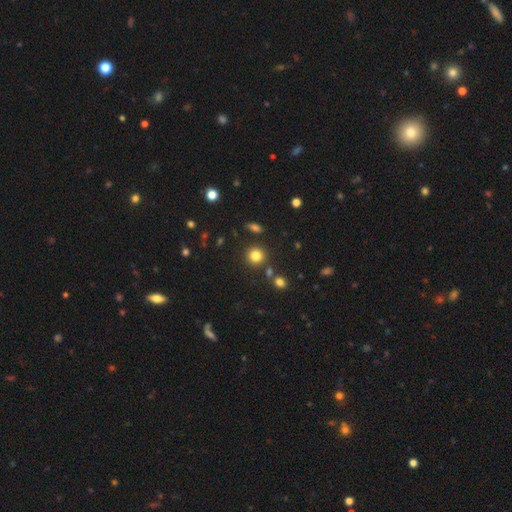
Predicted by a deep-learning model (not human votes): The model was most divided on "smooth or featured": smooth: 82%, star or artifact: 13%, featured or disk: 6%. More confident: how rounded — round (91%); merging — none (83%).